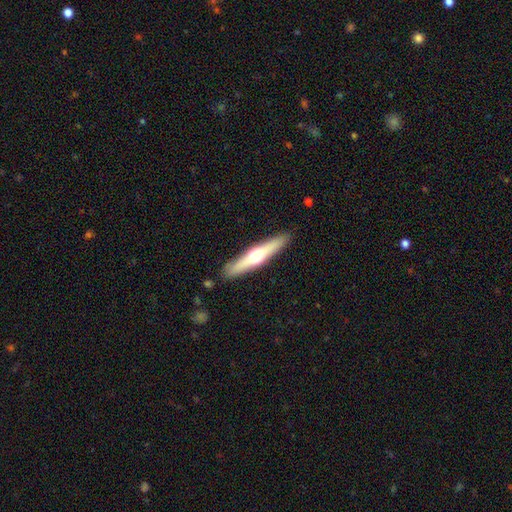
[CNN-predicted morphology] Smooth or featured?
  - featured or disk: 58% *
  - smooth: 36%
  - star or artifact: 5%
Edge-on disk?
  - yes: 95% *
  - no: 5%
Edge-on bulge?
  - rounded: 93% *
  - none: 4%
  - boxy: 3%
Merging?
  - none: 89% *
  - minor disturbance: 8%
  - major disturbance: 2%
  - merger: 1%